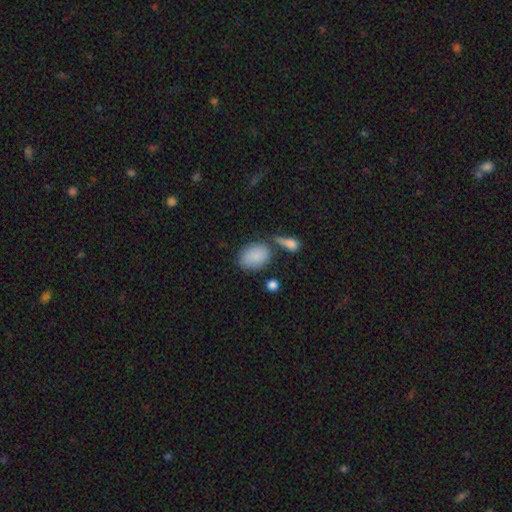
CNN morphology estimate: Smooth or featured? smooth (86%)
How rounded? in between (84%)
Merging? none (61%)